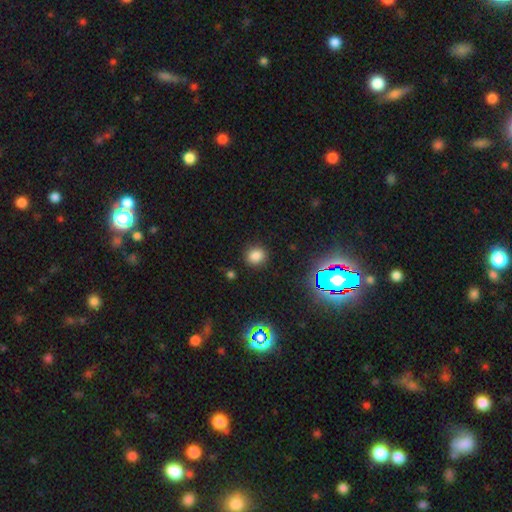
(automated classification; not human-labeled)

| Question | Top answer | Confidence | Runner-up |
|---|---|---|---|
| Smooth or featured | smooth | 80% | star or artifact (15%) |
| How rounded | round | 74% | in between (25%) |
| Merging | none | 87% | minor disturbance (8%) |